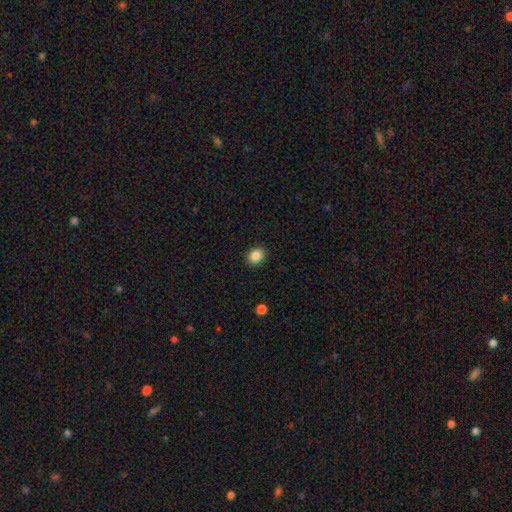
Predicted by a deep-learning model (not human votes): Q: Smooth or featured?
A: smooth (87%); runner-up: star or artifact (10%)
Q: How rounded?
A: round (65%); runner-up: in between (34%)
Q: Merging?
A: none (91%); runner-up: minor disturbance (6%)